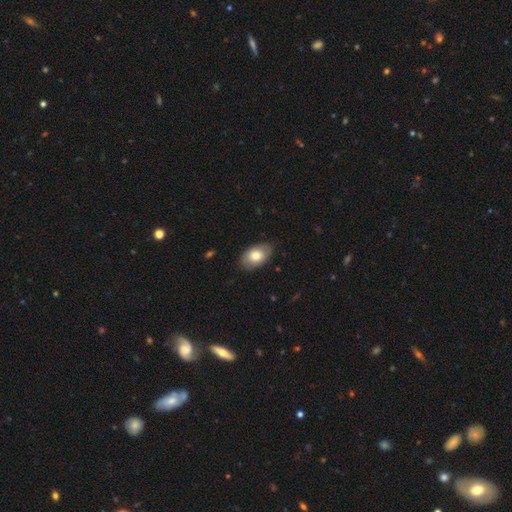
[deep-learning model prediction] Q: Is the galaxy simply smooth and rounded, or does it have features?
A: smooth — 77%.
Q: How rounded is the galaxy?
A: in between — 92%.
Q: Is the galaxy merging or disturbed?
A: none — 81%.